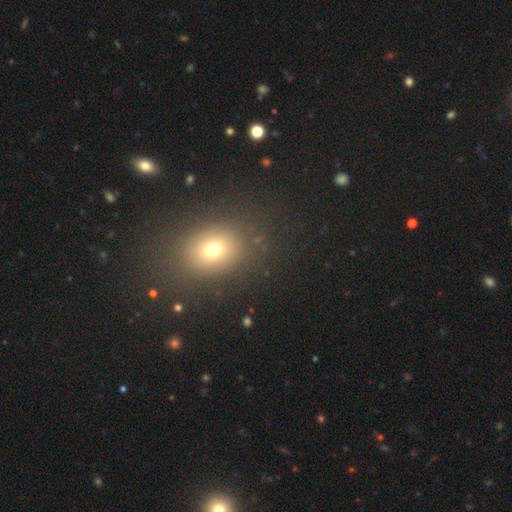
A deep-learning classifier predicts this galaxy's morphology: smooth_or_featured: smooth (p=0.63) [alt: star or artifact p=0.27]
how_rounded: in between (p=0.56) [alt: round p=0.43]
merging: none (p=0.89) [alt: minor disturbance p=0.07]